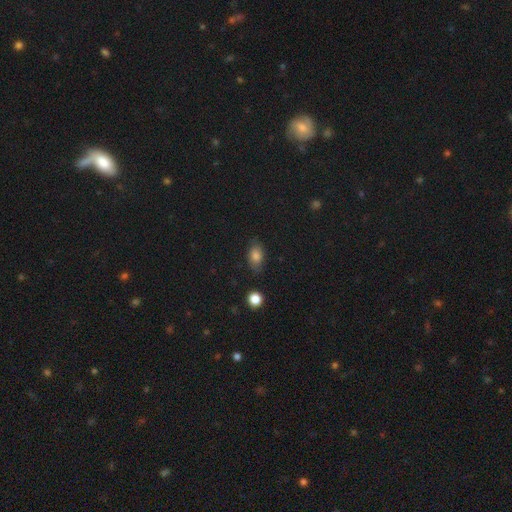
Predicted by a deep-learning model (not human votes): Morphology: type=smooth (81%); roundness=in between (82%); merging=none (77%).